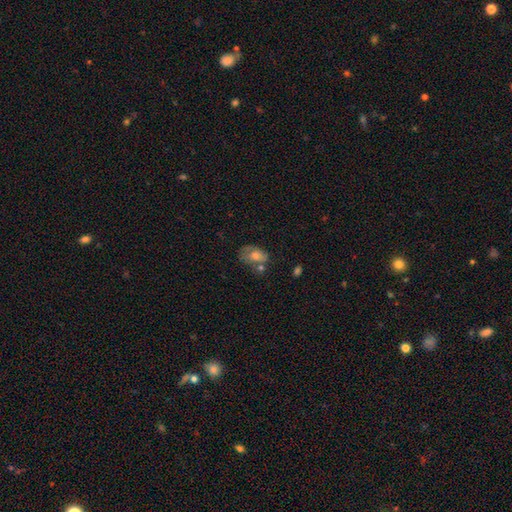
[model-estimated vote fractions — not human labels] Smooth or featured? smooth (60%)
How rounded? in between (79%)
Merging? none (41%)